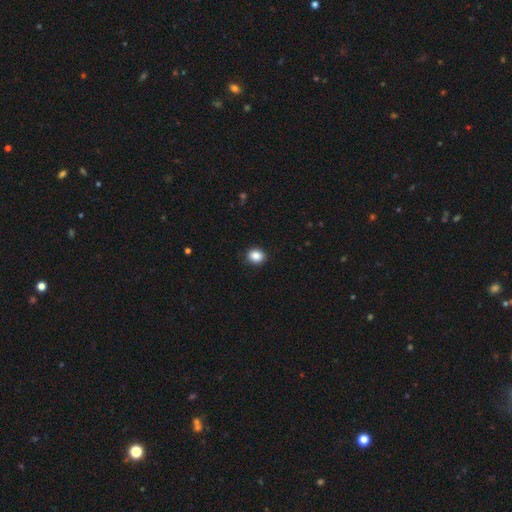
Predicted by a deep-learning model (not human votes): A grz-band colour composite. It shows a smooth galaxy with no disk features (87%) that is round (59%). Merging: none (91%).